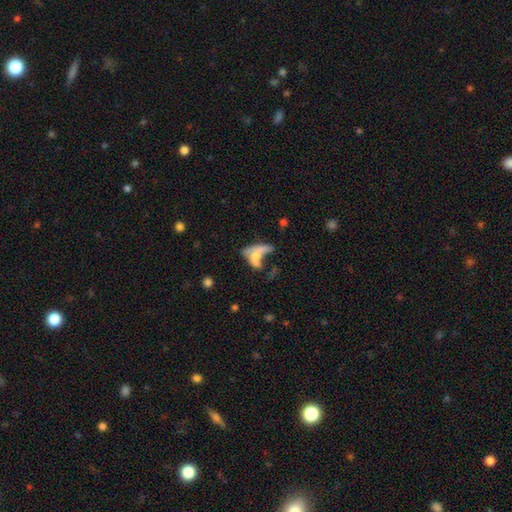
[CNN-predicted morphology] A smooth galaxy with no disk features (54%) that is in between round and cigar-shaped (67%).

Vote fractions:
- Smooth or featured? smooth: 54% / featured or disk: 35% / star or artifact: 11%
- How rounded? in between: 67% / cigar-shaped: 24% / round: 9%
- Merging? merger: 47% / major disturbance: 22% / none: 21% / minor disturbance: 11%